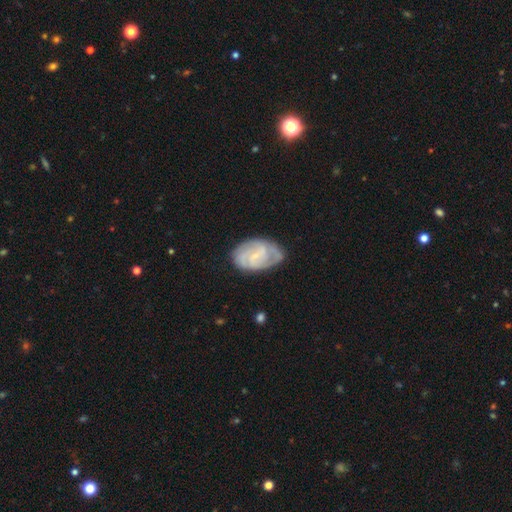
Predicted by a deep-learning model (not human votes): Q: Smooth or featured?
A: featured or disk (73%); runner-up: smooth (21%)
Q: Edge-on disk?
A: no (97%); runner-up: yes (3%)
Q: Bar?
A: weak (48%); runner-up: no (41%)
Q: Spiral arms?
A: yes (89%); runner-up: no (11%)
Q: Spiral winding?
A: tight (47%); runner-up: medium (39%)
Q: Spiral arm count?
A: 2 (42%); runner-up: can't tell (31%)
Q: Bulge size?
A: small (74%); runner-up: moderate (16%)
Q: Merging?
A: none (68%); runner-up: minor disturbance (23%)